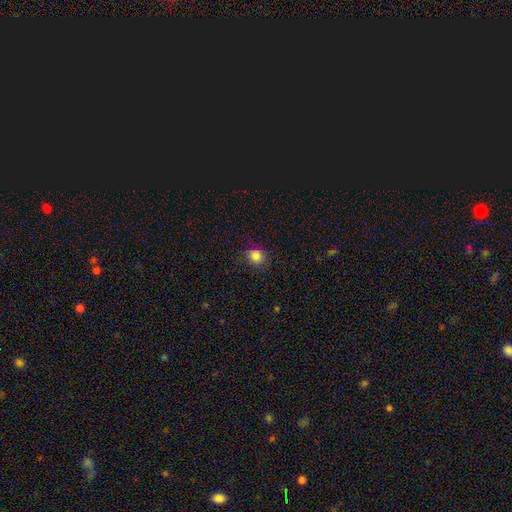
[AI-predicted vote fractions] Smooth or featured? smooth (85%)
How rounded? round (77%)
Merging? none (84%)